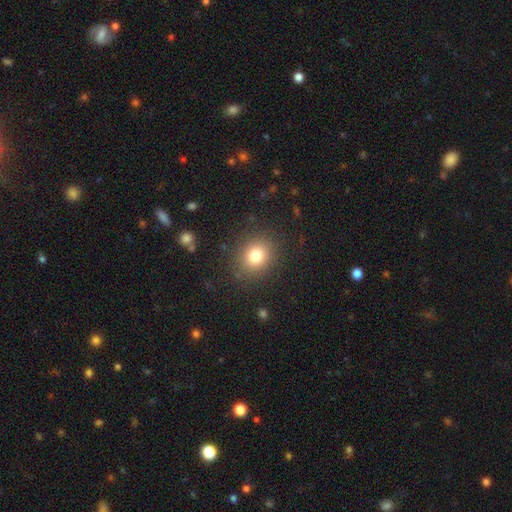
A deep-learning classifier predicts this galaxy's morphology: A smooth galaxy with no disk features (79%) that is round (69%).

Vote fractions:
- Smooth or featured? smooth: 79% / star or artifact: 12% / featured or disk: 9%
- How rounded? round: 69% / in between: 30% / cigar-shaped: 1%
- Merging? none: 86% / minor disturbance: 9% / major disturbance: 4% / merger: 1%